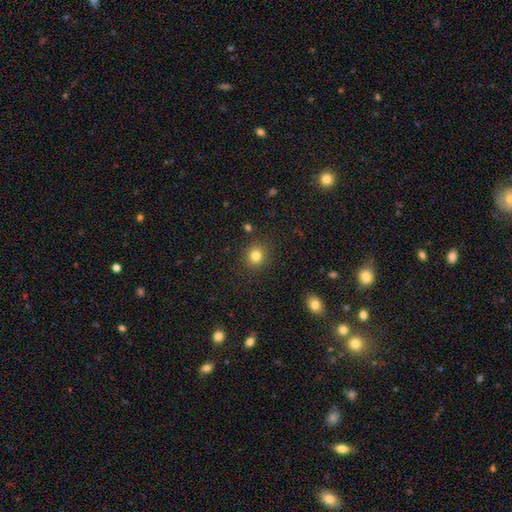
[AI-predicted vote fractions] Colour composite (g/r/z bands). It shows a smooth galaxy with no disk features (81%) that is round (85%). Merging: none (88%).